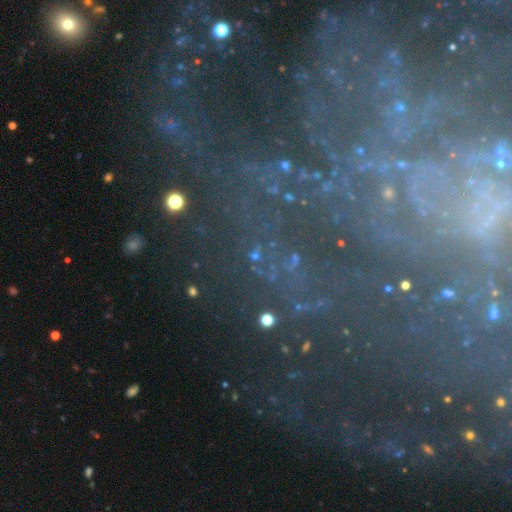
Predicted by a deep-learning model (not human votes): smooth-or-featured: star or artifact: 55% | smooth: 24% | featured or disk: 20%